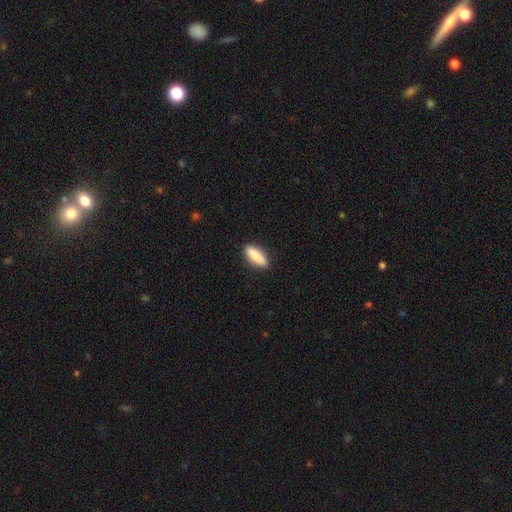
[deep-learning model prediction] Q: Smooth or featured?
A: smooth (83%); runner-up: featured or disk (11%)
Q: How rounded?
A: in between (63%); runner-up: cigar-shaped (35%)
Q: Merging?
A: none (89%); runner-up: minor disturbance (8%)